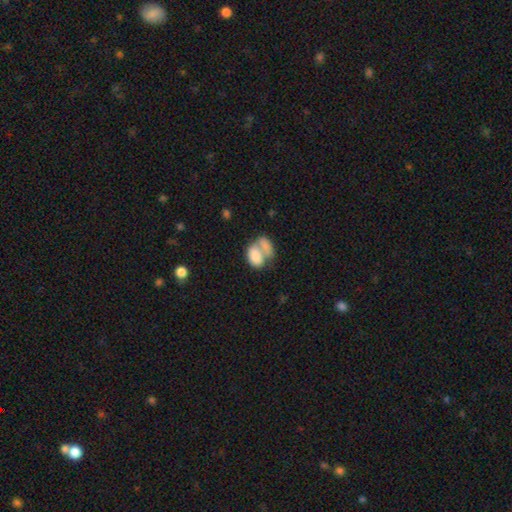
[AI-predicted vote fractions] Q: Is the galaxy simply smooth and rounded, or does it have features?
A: smooth — 76%.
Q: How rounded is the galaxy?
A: in between — 86%.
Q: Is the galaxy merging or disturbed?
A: merger — 66%.